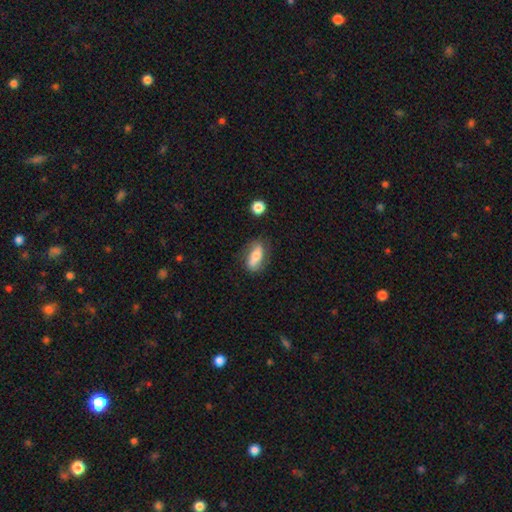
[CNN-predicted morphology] This appears to be a smooth galaxy with no disk features (66%) that is in between round and cigar-shaped (76%). Merging: none (72%).